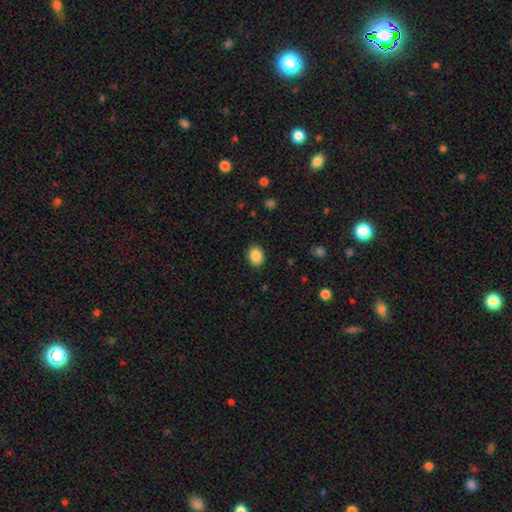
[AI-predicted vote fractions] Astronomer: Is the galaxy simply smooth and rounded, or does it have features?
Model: smooth — 87%.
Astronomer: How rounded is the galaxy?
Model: round — 52% (runner-up: in between, 47%).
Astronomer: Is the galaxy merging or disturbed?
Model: none — 89%.